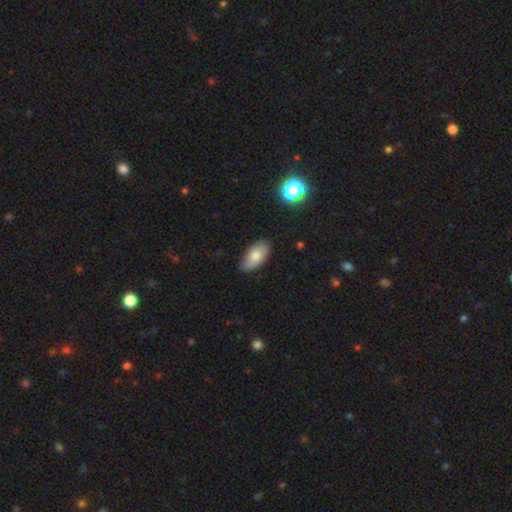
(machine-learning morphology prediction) The model was most divided on "smooth or featured": smooth: 76%, featured or disk: 17%, star or artifact: 8%. More confident: how rounded — in between (93%); merging — none (80%).